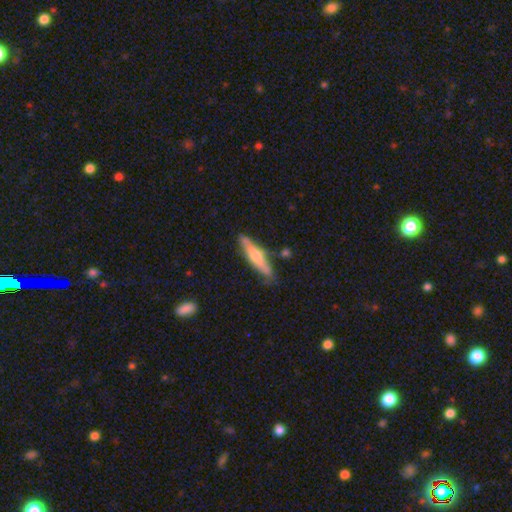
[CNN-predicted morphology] Q: Smooth or featured?
A: featured or disk (50%); runner-up: smooth (44%)
Q: Edge-on disk?
A: yes (90%); runner-up: no (10%)
Q: Merging?
A: none (79%); runner-up: minor disturbance (15%)